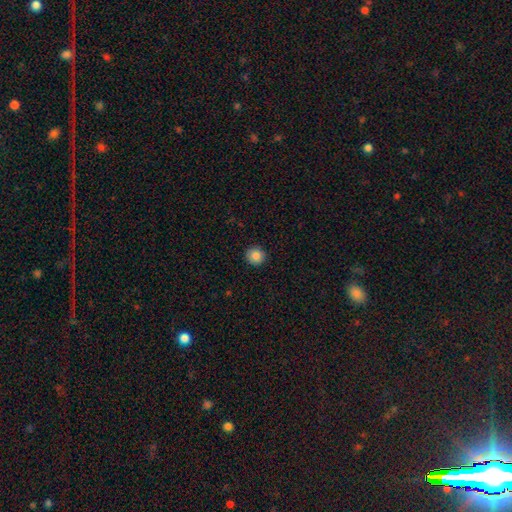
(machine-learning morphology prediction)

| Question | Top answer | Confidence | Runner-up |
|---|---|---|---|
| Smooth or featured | smooth | 85% | star or artifact (10%) |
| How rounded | round | 94% | in between (5%) |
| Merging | none | 92% | minor disturbance (5%) |